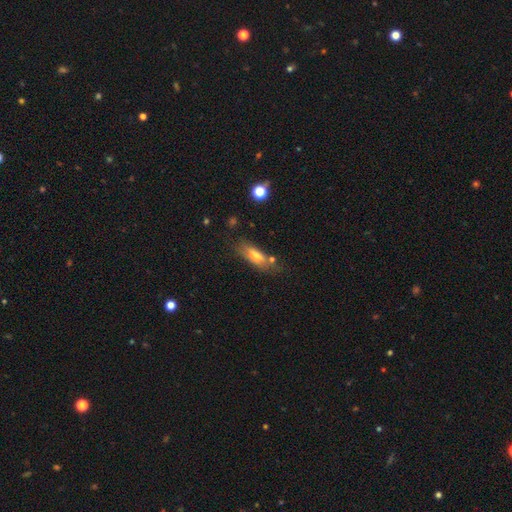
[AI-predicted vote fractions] Smooth or featured: smooth — 63% (featured or disk — 28%)
How rounded: in between — 54% (cigar-shaped — 43%)
Merging: none — 64% (minor disturbance — 20%)